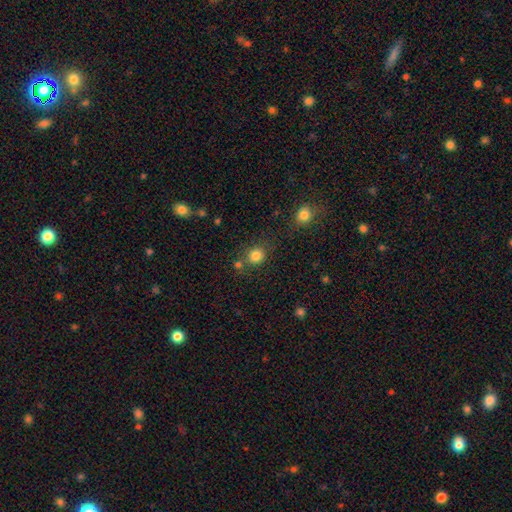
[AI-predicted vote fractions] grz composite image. It shows a smooth galaxy with no disk features (82%) that is round (81%). Merging: none (74%).